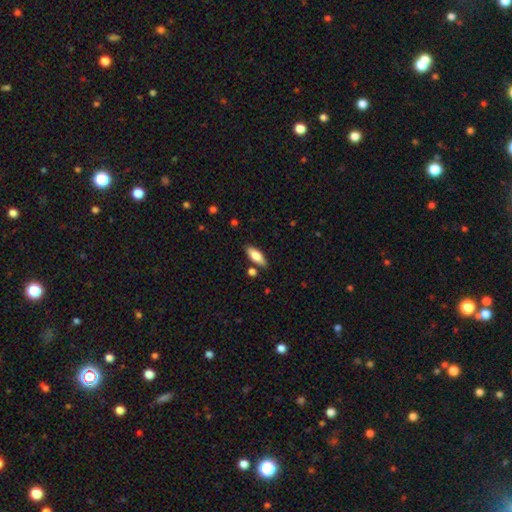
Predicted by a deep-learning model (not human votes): Q: Smooth or featured?
A: smooth (79%); runner-up: featured or disk (14%)
Q: How rounded?
A: in between (72%); runner-up: cigar-shaped (26%)
Q: Merging?
A: none (81%); runner-up: minor disturbance (12%)